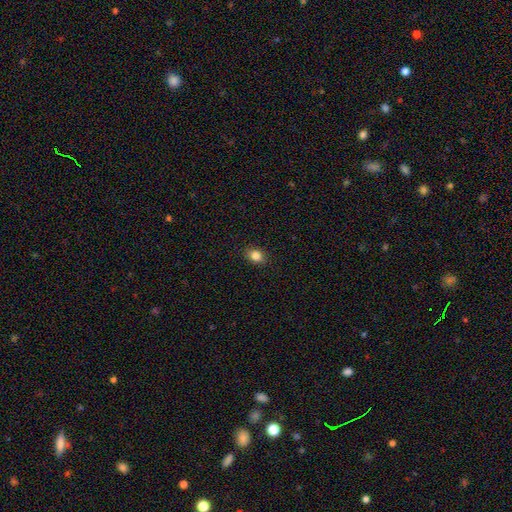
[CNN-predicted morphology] Overall: smooth (84%). How rounded: in between (59%; round 40%). Merging: none (90%).